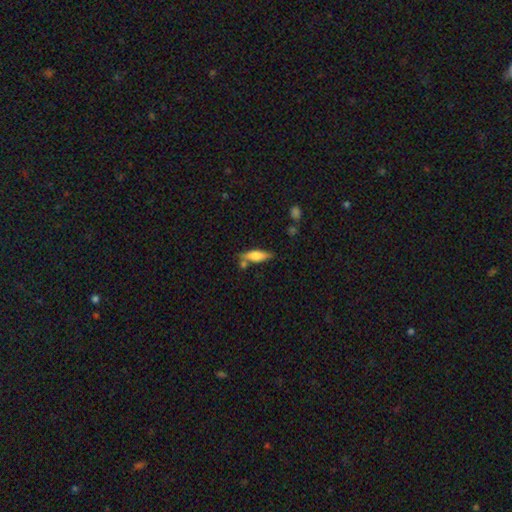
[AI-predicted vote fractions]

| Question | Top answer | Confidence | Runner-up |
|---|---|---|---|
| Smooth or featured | smooth | 64% | featured or disk (29%) |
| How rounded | cigar-shaped | 53% | in between (45%) |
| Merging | none | 69% | minor disturbance (16%) |